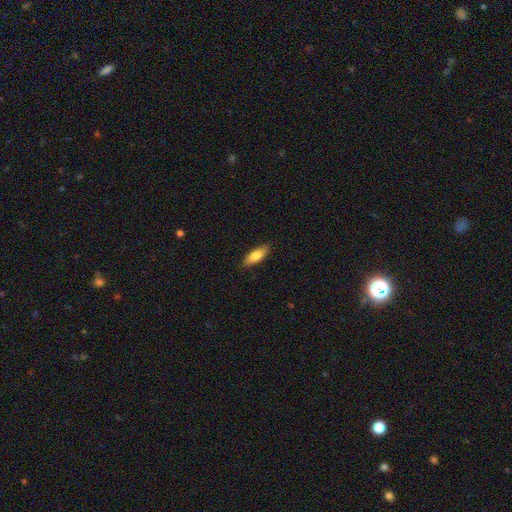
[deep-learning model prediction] Smooth or featured?
  - smooth: 77% *
  - featured or disk: 17%
  - star or artifact: 6%
How rounded?
  - in between: 64% *
  - cigar-shaped: 34%
  - round: 2%
Merging?
  - none: 84% *
  - minor disturbance: 13%
  - major disturbance: 2%
  - merger: 1%